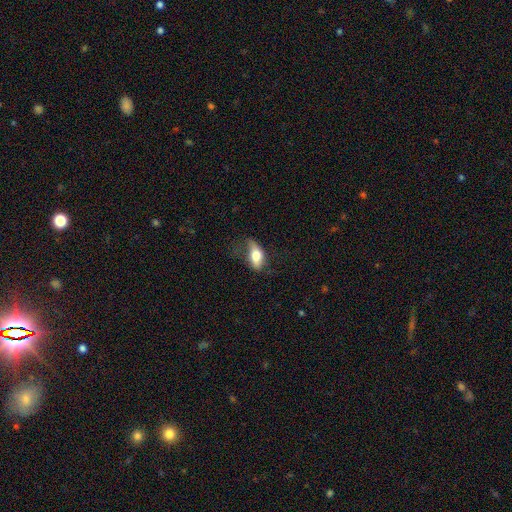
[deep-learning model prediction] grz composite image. It shows a smooth galaxy with no disk features (64%) that is in between round and cigar-shaped (82%). Merging: none (40%).